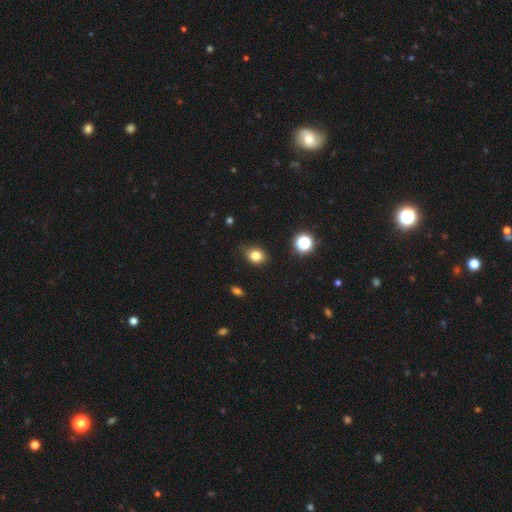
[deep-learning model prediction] smooth 80%, star or artifact 13%, featured or disk 7%. Down the decision tree: how rounded — in between (56%); merging — none (76%).